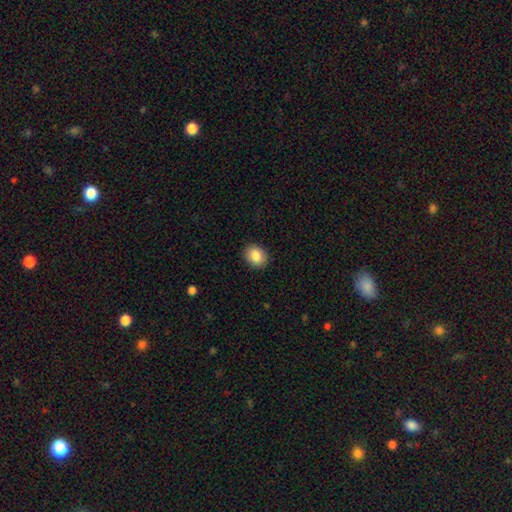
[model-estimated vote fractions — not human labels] Smooth or featured? smooth (87%)
How rounded? in between (54%)
Merging? none (90%)